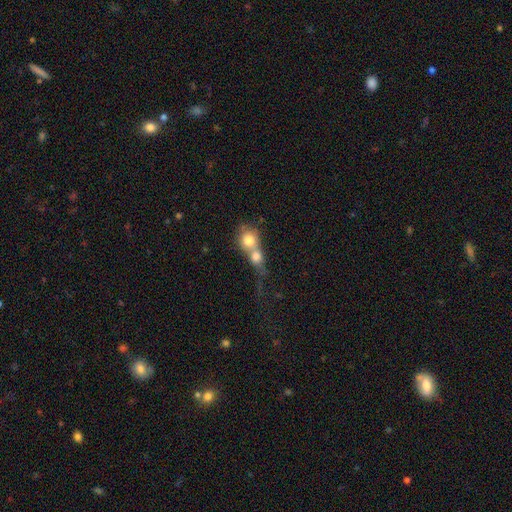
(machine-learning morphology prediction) Smooth or featured? Predicted: smooth (p=0.57). How rounded? Predicted: round (p=0.73). Merging? Predicted: merger (p=0.64).